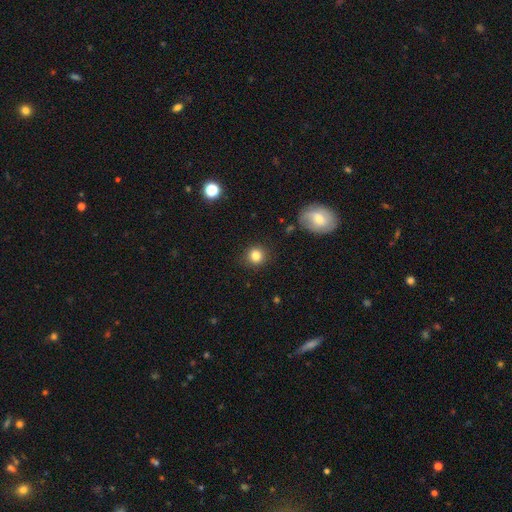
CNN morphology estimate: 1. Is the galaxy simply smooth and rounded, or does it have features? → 83% smooth, 11% star or artifact, 6% featured or disk.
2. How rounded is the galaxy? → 90% round, 9% in between, 1% cigar-shaped.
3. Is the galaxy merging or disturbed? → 89% none, 7% minor disturbance, 2% major disturbance, 1% merger.